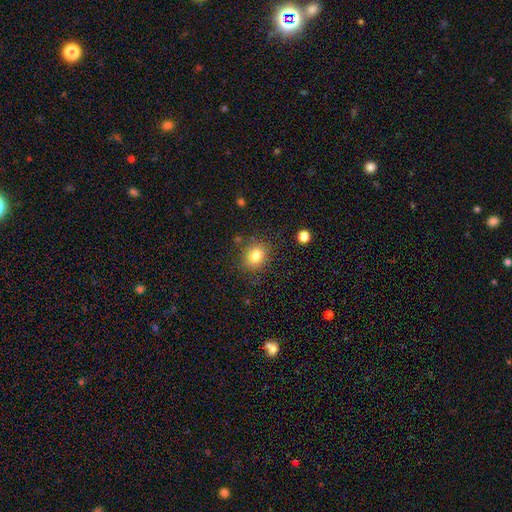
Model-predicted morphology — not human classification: A smooth galaxy with no disk features (79%) that is round (68%).

Vote fractions:
- Smooth or featured? smooth: 79% / star or artifact: 12% / featured or disk: 8%
- How rounded? round: 68% / in between: 31% / cigar-shaped: 1%
- Merging? none: 84% / minor disturbance: 11% / major disturbance: 3% / merger: 2%